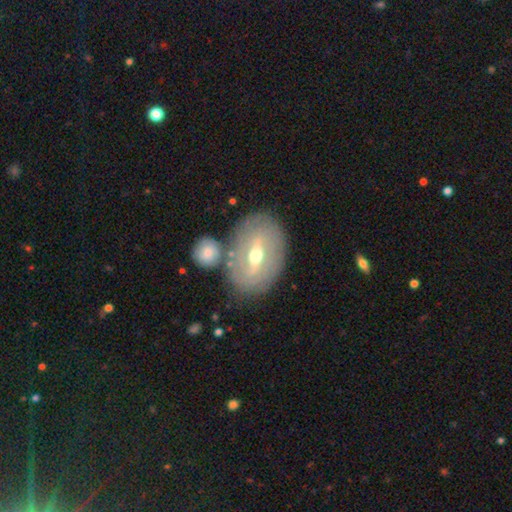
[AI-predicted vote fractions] Smooth or featured: featured or disk — 68% (smooth — 26%)
Edge-on disk: no — 90% (yes — 10%)
Bar: weak — 47% (strong — 34%)
Spiral arms: yes — 52% (no — 48%)
Bulge size: moderate — 70% (small — 24%)
Merging: none — 73% (minor disturbance — 14%)